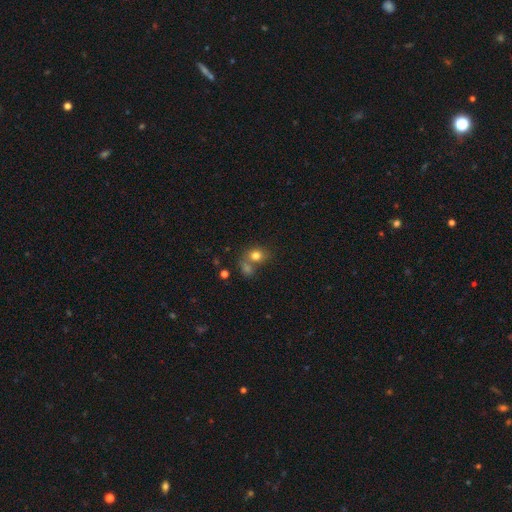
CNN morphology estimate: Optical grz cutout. It shows a smooth galaxy with no disk features (78%) that is round (59%). Merging: none (43%).